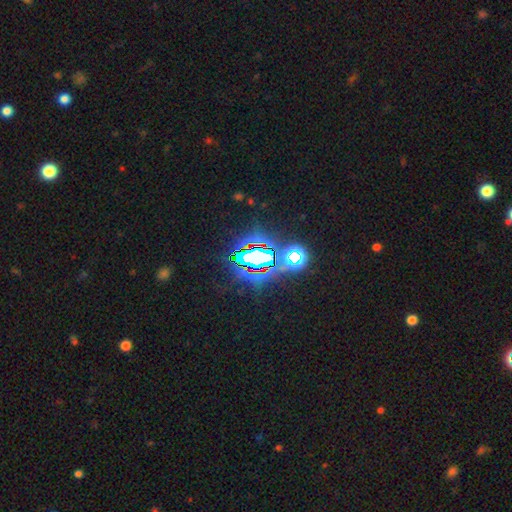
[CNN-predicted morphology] smooth-or-featured: star or artifact: 76% | smooth: 13% | featured or disk: 11%